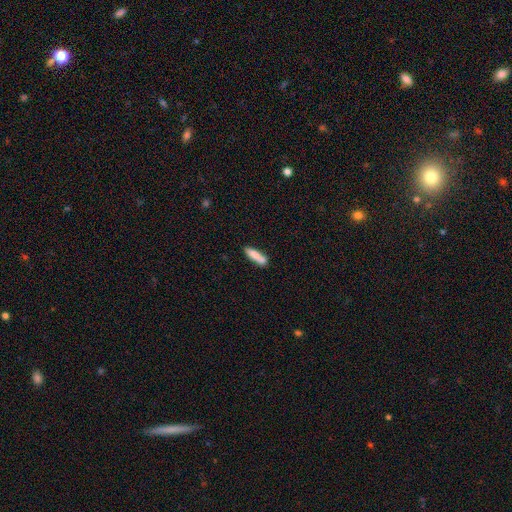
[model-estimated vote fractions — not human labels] This appears to be a smooth galaxy with no disk features (81%) that is cigar-shaped (69%). Merging: none (64%).